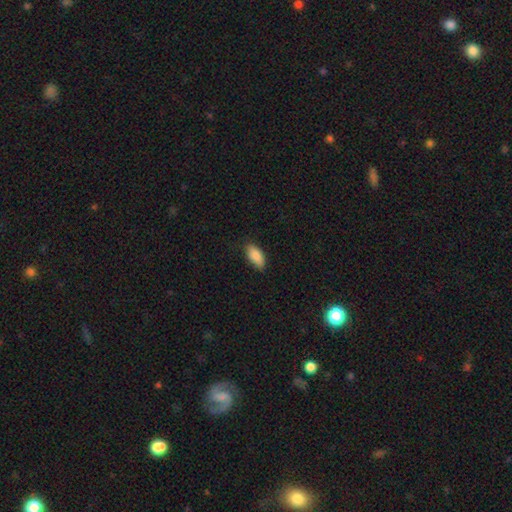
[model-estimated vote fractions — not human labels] Smooth or featured: smooth — 89% (star or artifact — 7%)
How rounded: in between — 89% (cigar-shaped — 9%)
Merging: none — 82% (minor disturbance — 15%)